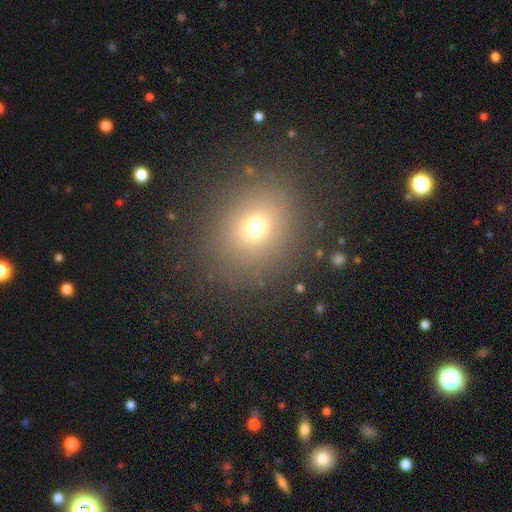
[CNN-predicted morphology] Smooth or featured? Predicted: smooth (p=0.62). How rounded? Predicted: round (p=0.75). Merging? Predicted: none (p=0.89).